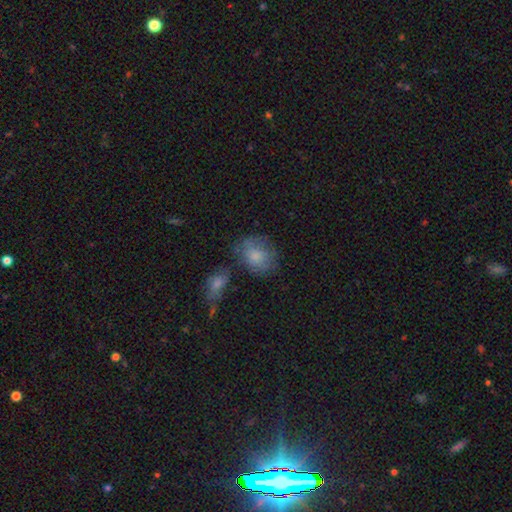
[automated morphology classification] A smooth galaxy with no disk features (77%) that is round (50%).

Vote fractions:
- Smooth or featured? smooth: 77% / featured or disk: 16% / star or artifact: 8%
- How rounded? round: 50% / in between: 49% / cigar-shaped: 1%
- Merging? none: 55% / minor disturbance: 23% / merger: 13% / major disturbance: 10%